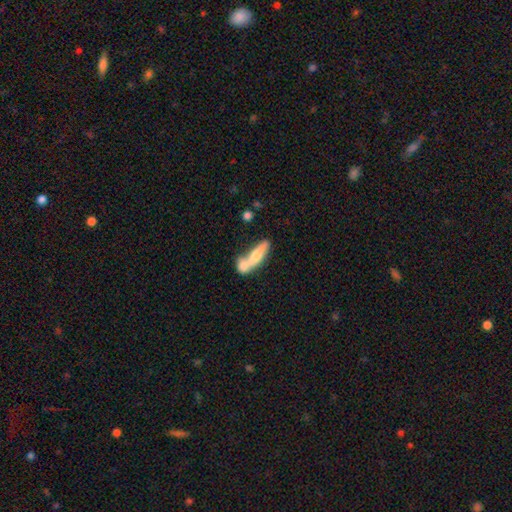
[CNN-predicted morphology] This is possibly a smooth galaxy (58%). How rounded: likely cigar-shaped (63%). Merging: possibly merger (52%).